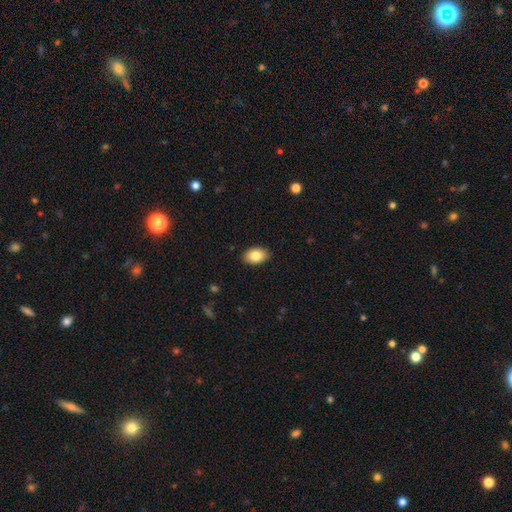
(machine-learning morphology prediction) Overall: smooth (85%). How rounded: in between (90%). Merging: none (89%).